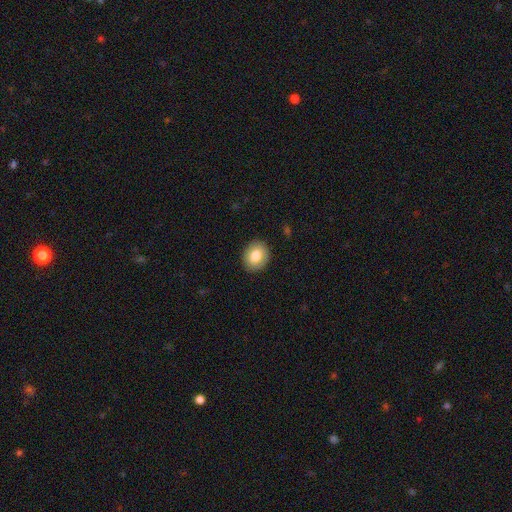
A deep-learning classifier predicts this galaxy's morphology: Q: Smooth or featured?
A: smooth (82%); runner-up: featured or disk (10%)
Q: How rounded?
A: round (55%); runner-up: in between (44%)
Q: Merging?
A: none (90%); runner-up: minor disturbance (8%)